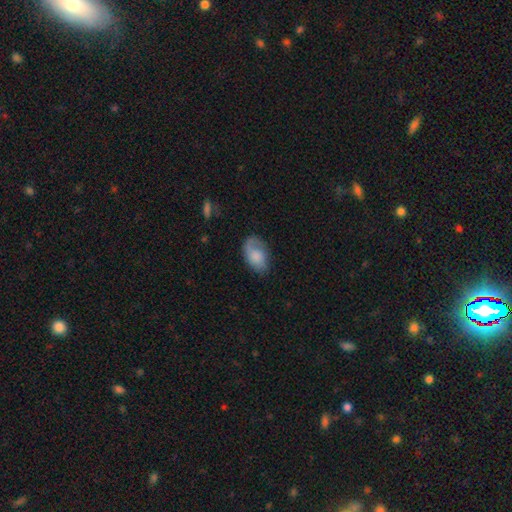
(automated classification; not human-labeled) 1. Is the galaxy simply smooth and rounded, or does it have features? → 64% smooth, 29% featured or disk, 7% star or artifact.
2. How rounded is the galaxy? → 90% in between, 9% round, 2% cigar-shaped.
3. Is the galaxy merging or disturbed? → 55% none, 28% minor disturbance, 16% major disturbance, 2% merger.